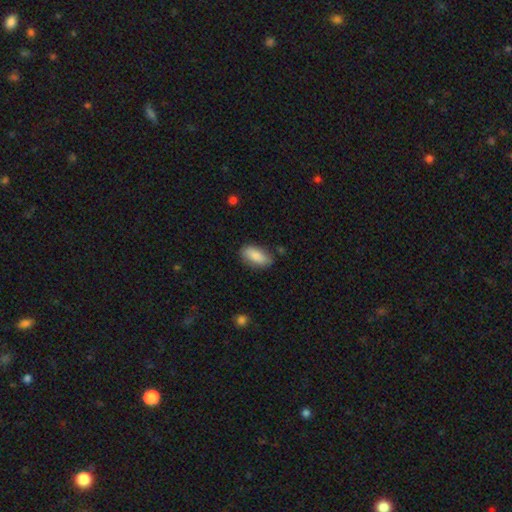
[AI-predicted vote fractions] Smooth or featured? Predicted: smooth (p=0.85). How rounded? Predicted: in between (p=0.89). Merging? Predicted: none (p=0.78).